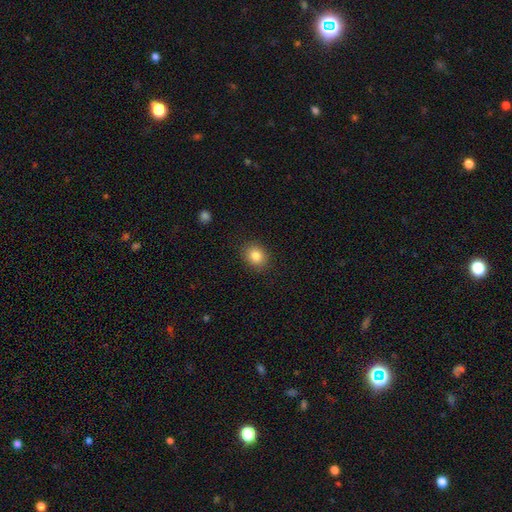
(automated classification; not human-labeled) A smooth galaxy with no disk features (84%) that is round (64%).

Vote fractions:
- Smooth or featured? smooth: 84% / star or artifact: 10% / featured or disk: 7%
- How rounded? round: 64% / in between: 35% / cigar-shaped: 1%
- Merging? none: 89% / minor disturbance: 8% / major disturbance: 2% / merger: 1%